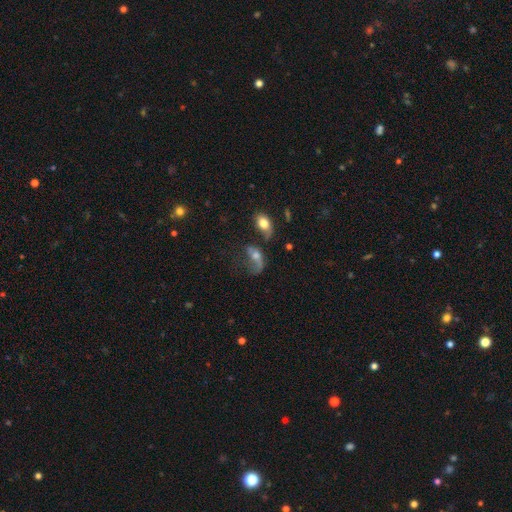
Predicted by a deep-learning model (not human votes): The model was most divided on "smooth or featured": smooth: 46%, featured or disk: 38%, star or artifact: 15%. Remaining: merging — major disturbance (39%).